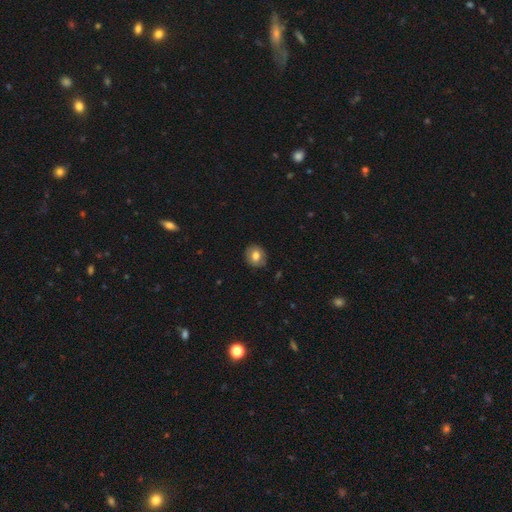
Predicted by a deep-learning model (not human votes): smooth_or_featured: smooth (p=0.73) [alt: featured or disk p=0.19]
how_rounded: round (p=0.70) [alt: in between p=0.29]
merging: none (p=0.85) [alt: minor disturbance p=0.12]